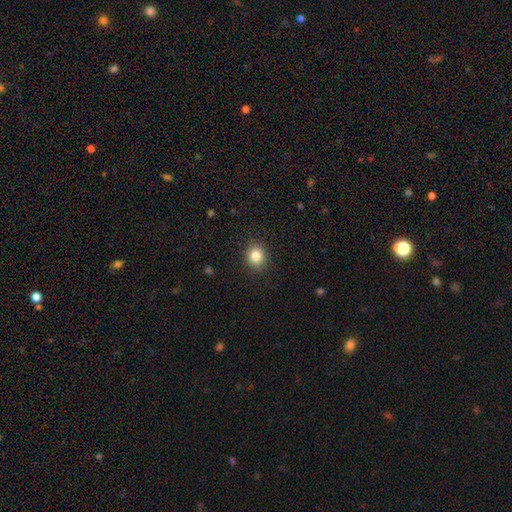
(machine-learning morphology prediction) smooth 84%, star or artifact 10%, featured or disk 6%. Down the decision tree: how rounded — round (73%); merging — none (90%).